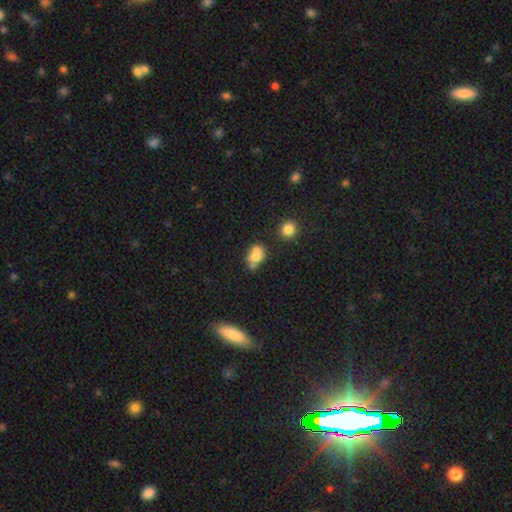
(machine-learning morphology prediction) Smooth or featured? Predicted: smooth (p=0.63). How rounded? Predicted: in between (p=0.58). Merging? Predicted: merger (p=0.45).